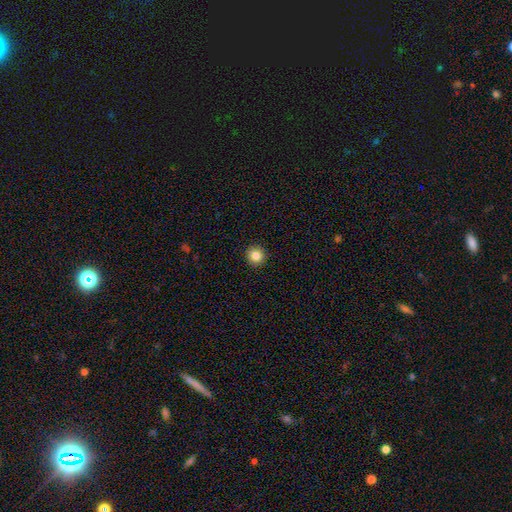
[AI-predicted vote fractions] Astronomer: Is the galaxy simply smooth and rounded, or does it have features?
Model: smooth — 85%.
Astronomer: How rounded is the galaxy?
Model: round — 94%.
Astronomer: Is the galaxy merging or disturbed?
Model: none — 92%.